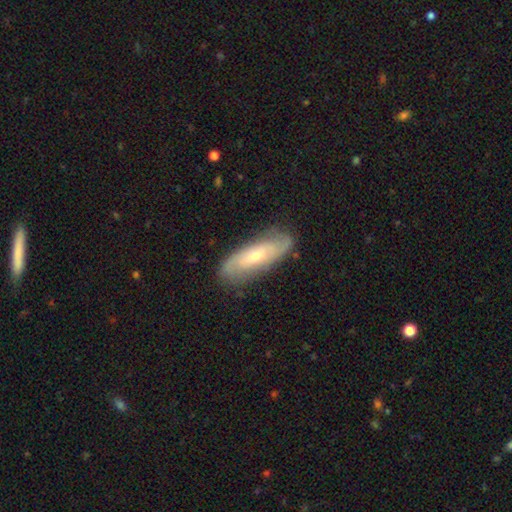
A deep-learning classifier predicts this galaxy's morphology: This appears to be a featured or disk galaxy (61%). Merging: none (80%).